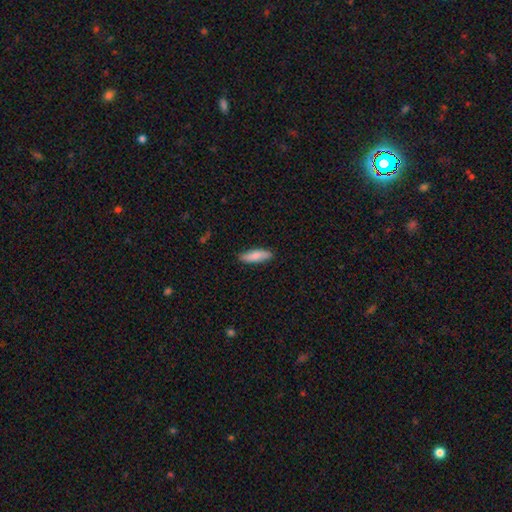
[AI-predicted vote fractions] Morphology: type=smooth (80%); roundness=cigar-shaped (51%); merging=none (87%).